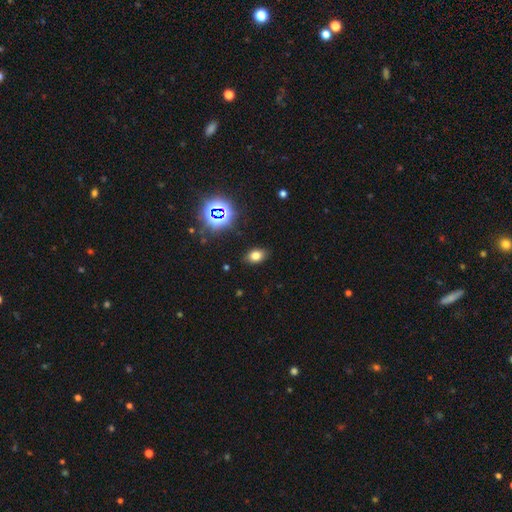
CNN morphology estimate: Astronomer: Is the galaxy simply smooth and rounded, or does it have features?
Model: smooth — 72%.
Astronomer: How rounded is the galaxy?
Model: in between — 81%.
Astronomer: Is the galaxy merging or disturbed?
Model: none — 86%.